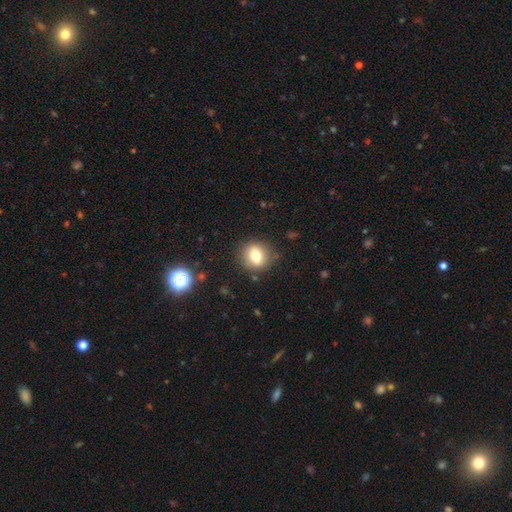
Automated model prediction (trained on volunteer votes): A smooth galaxy with no disk features (75%) that is round (73%). Merging: none (84%).